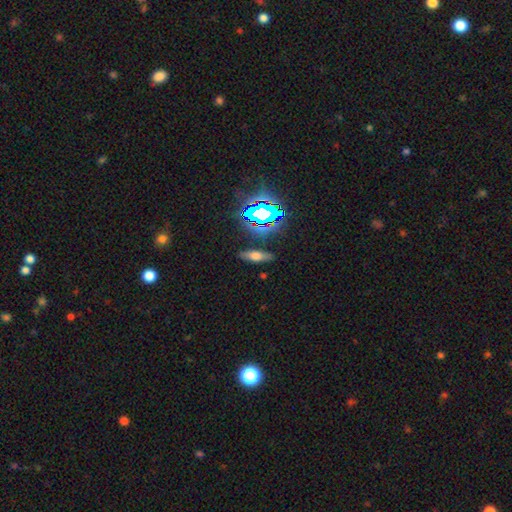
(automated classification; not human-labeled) Smooth or featured? Predicted: smooth (p=0.49). Merging? Predicted: none (p=0.84).